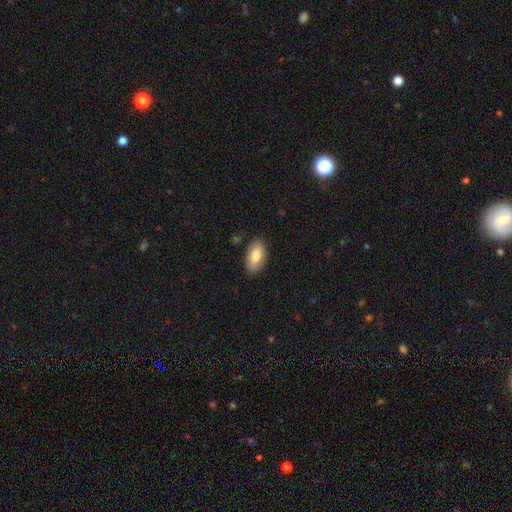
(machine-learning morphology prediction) type=smooth (81%); roundness=in between (94%); merging=none (86%).